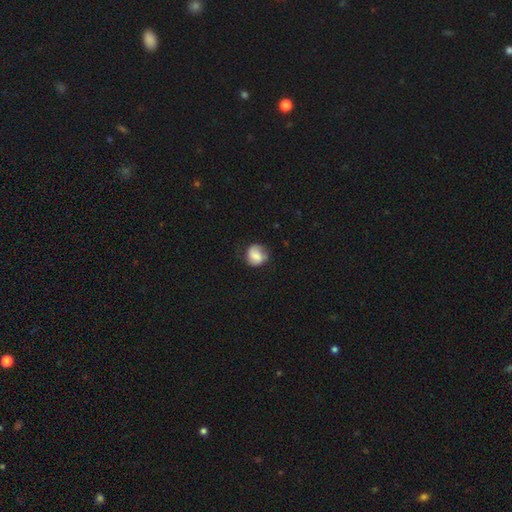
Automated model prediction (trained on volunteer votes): Q: Smooth or featured?
A: smooth (67%); runner-up: featured or disk (24%)
Q: How rounded?
A: round (77%); runner-up: in between (22%)
Q: Merging?
A: none (66%); runner-up: minor disturbance (24%)